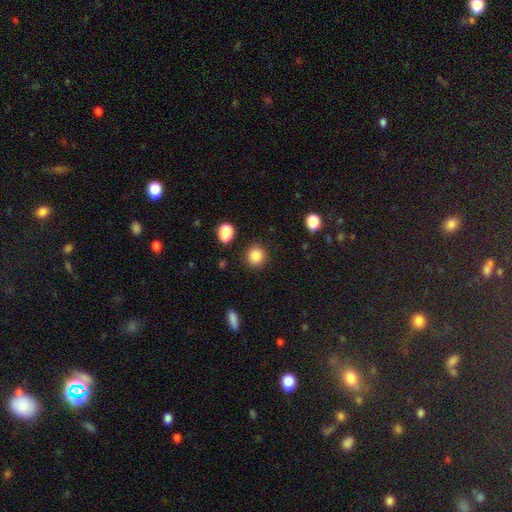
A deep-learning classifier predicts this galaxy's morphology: Smooth or featured? Predicted: smooth (p=0.87). How rounded? Predicted: round (p=0.89). Merging? Predicted: none (p=0.89).